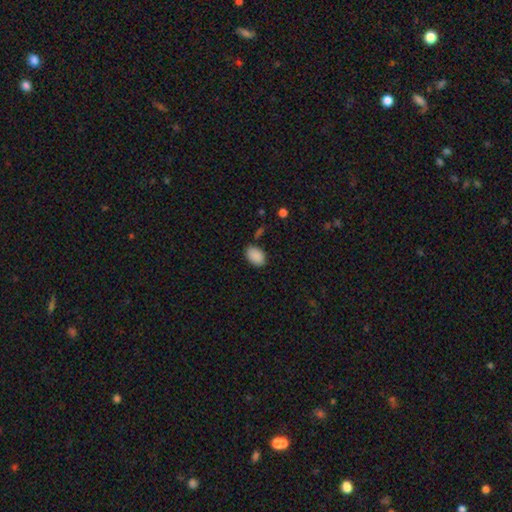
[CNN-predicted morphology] smooth_or_featured: smooth (p=0.89) [alt: star or artifact p=0.07]
how_rounded: in between (p=0.88) [alt: round p=0.11]
merging: none (p=0.81) [alt: minor disturbance p=0.13]